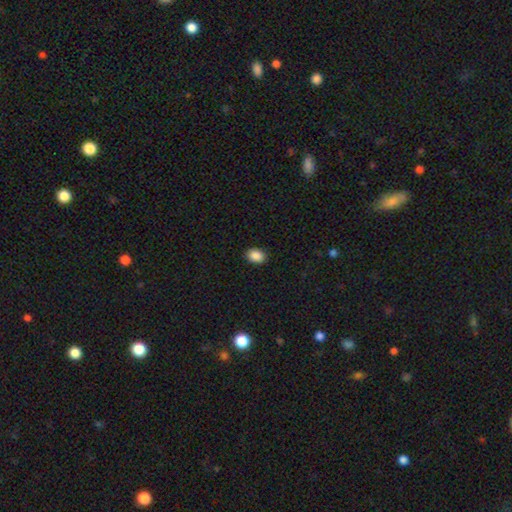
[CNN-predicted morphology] This is clearly a smooth galaxy (89%). How rounded: likely in between (77%). Merging: clearly none (90%).